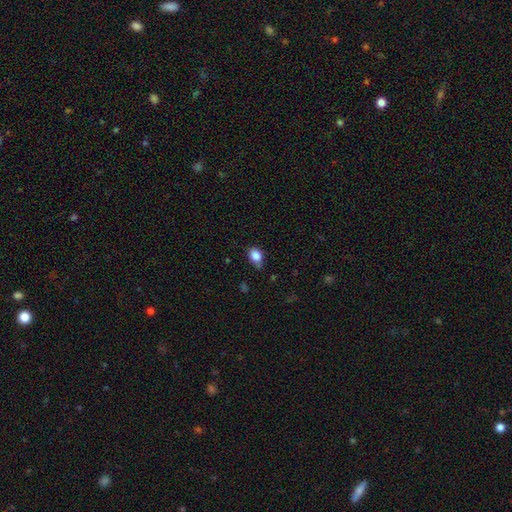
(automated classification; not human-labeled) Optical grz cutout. It shows a smooth galaxy with no disk features (85%) that is in between round and cigar-shaped (63%). Merging: none (67%).